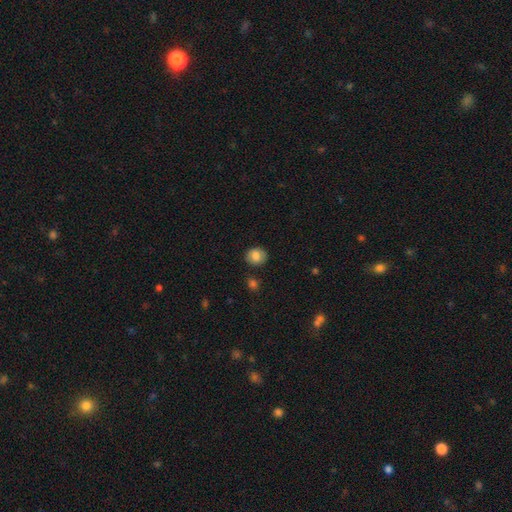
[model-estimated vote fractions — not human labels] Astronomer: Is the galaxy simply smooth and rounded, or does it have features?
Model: smooth — 81%.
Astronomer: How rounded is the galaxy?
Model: round — 67%.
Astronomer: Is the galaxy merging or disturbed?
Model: none — 84%.